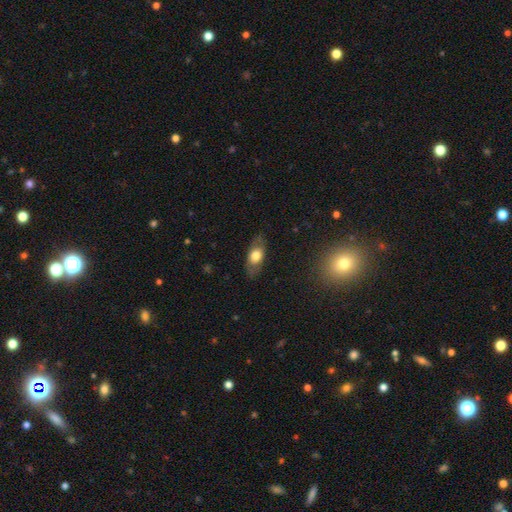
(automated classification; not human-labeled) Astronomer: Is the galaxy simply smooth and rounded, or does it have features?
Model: smooth — 64%.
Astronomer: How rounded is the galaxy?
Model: in between — 83%.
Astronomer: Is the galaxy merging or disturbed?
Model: none — 79%.